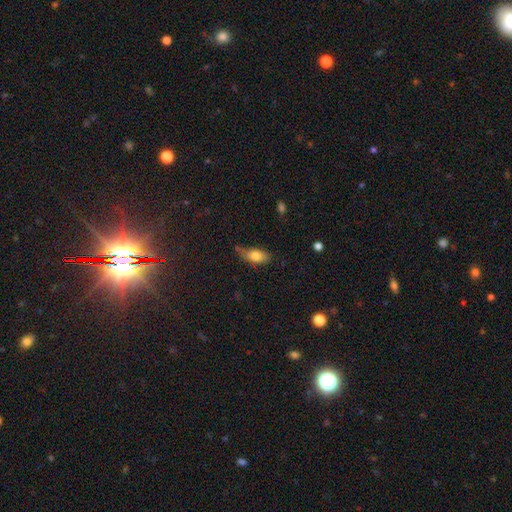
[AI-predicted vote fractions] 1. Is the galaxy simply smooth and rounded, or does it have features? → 77% smooth, 14% featured or disk, 8% star or artifact.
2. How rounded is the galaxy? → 85% in between, 10% cigar-shaped, 5% round.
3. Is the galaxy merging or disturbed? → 48% none, 36% minor disturbance, 10% major disturbance, 6% merger.